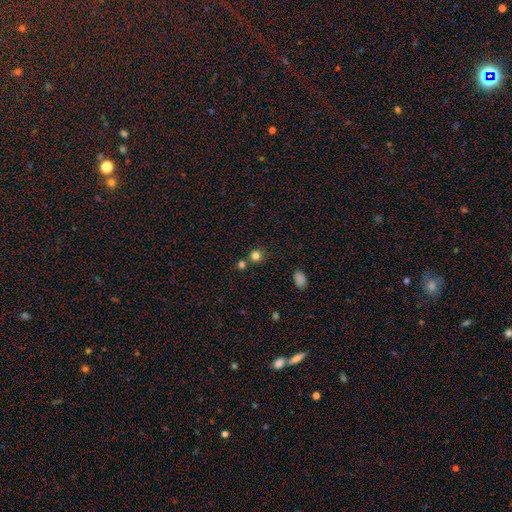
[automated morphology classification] A smooth galaxy with no disk features (79%) that is round (90%).

Vote fractions:
- Smooth or featured? smooth: 79% / star or artifact: 15% / featured or disk: 6%
- How rounded? round: 90% / in between: 9% / cigar-shaped: 1%
- Merging? none: 72% / merger: 17% / minor disturbance: 8% / major disturbance: 3%